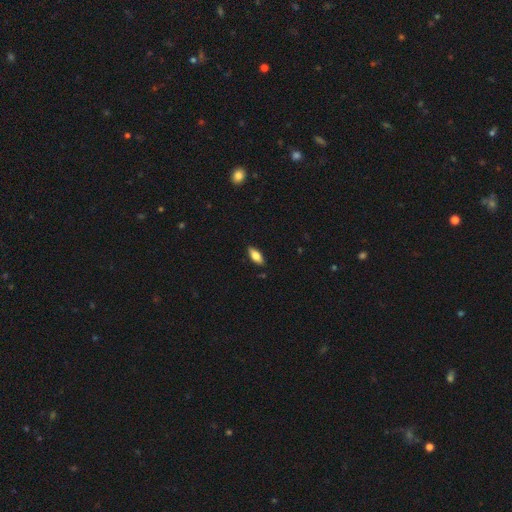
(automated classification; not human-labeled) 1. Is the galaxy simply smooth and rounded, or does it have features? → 77% smooth, 16% featured or disk, 7% star or artifact.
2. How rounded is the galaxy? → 82% in between, 15% cigar-shaped, 2% round.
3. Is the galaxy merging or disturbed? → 87% none, 10% minor disturbance, 2% major disturbance, 1% merger.